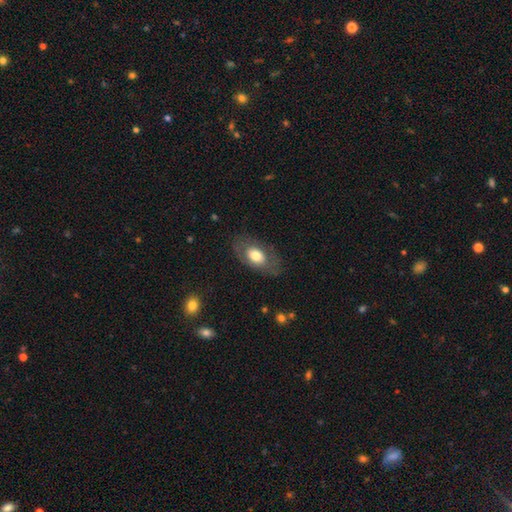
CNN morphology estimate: Smooth or featured: smooth — 63% (featured or disk — 31%)
How rounded: in between — 90% (round — 8%)
Merging: none — 76% (minor disturbance — 15%)